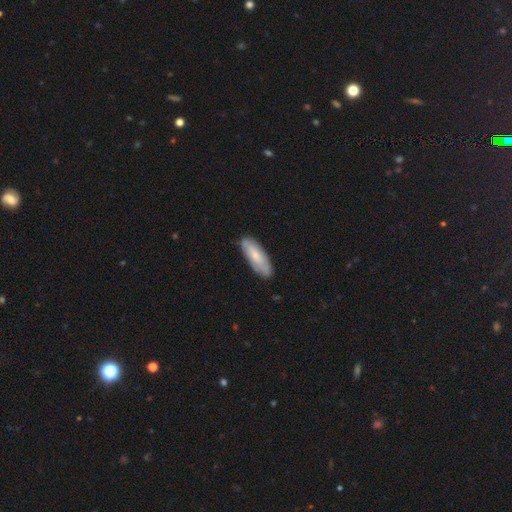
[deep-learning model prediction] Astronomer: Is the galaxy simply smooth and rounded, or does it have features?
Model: smooth — 64%.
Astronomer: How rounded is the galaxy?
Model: in between — 61% (runner-up: cigar-shaped, 38%).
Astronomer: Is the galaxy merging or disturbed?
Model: none — 80%.